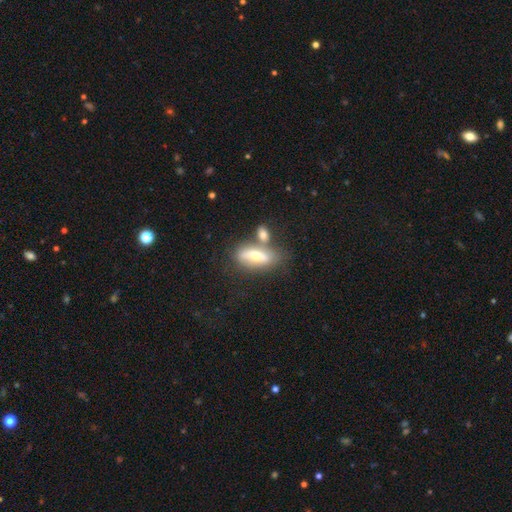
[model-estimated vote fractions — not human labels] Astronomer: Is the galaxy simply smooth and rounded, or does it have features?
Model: smooth — 50% (runner-up: featured or disk, 42%).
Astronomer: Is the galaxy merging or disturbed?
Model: none — 51% (runner-up: merger, 28%).